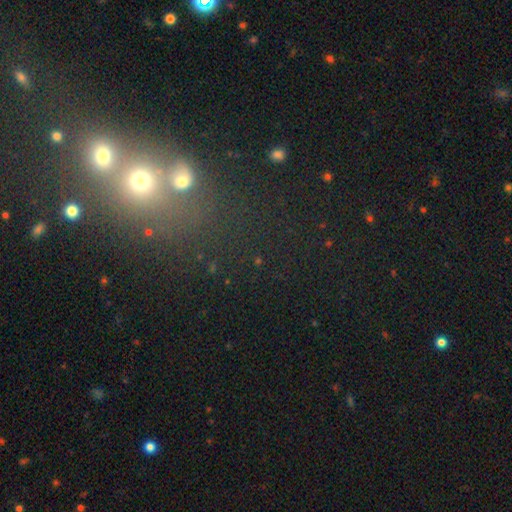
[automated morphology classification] This is possibly a star or artifact rather than a galaxy (51%).